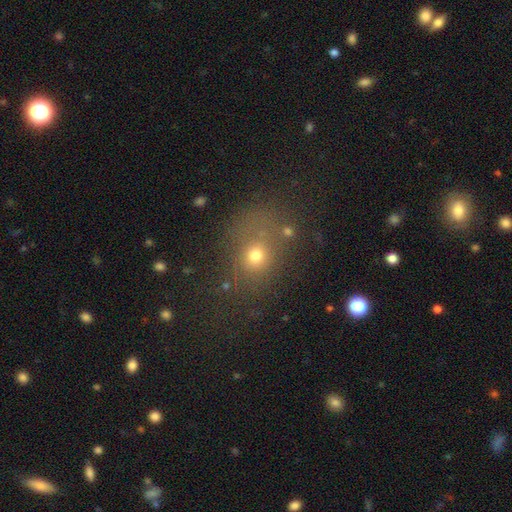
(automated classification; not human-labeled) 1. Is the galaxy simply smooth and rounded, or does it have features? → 66% smooth, 21% star or artifact, 13% featured or disk.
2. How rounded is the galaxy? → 54% round, 44% in between, 2% cigar-shaped.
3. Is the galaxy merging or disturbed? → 63% none, 17% minor disturbance, 12% major disturbance, 7% merger.